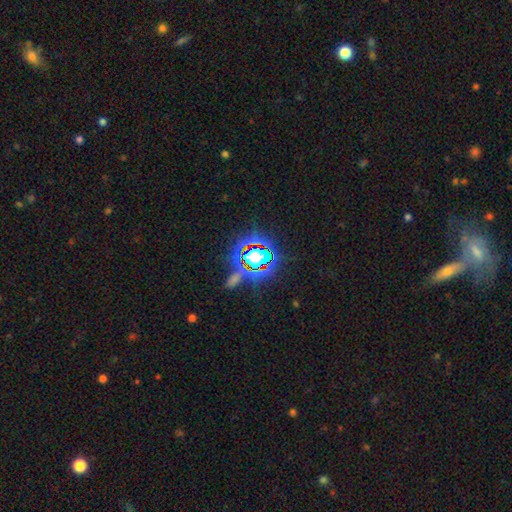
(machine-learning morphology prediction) Overall: star or artifact (82%).